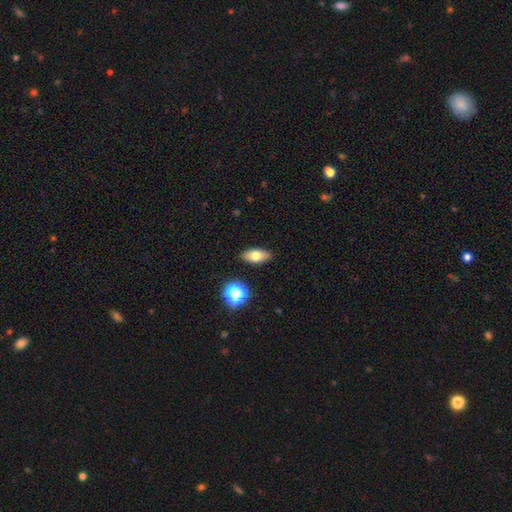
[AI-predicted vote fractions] A smooth galaxy with no disk features (73%) that is in between round and cigar-shaped (82%). Merging: none (88%).